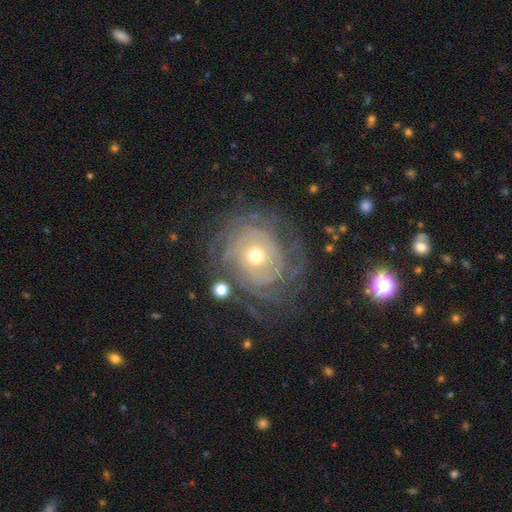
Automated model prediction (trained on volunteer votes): Smooth or featured? featured or disk (85%)
Edge-on disk? no (97%)
Bar? no (79%)
Spiral arms? yes (94%)
Spiral winding? tight (79%)
Spiral arm count? can't tell (37%)
Bulge size? moderate (54%)
Merging? none (72%)